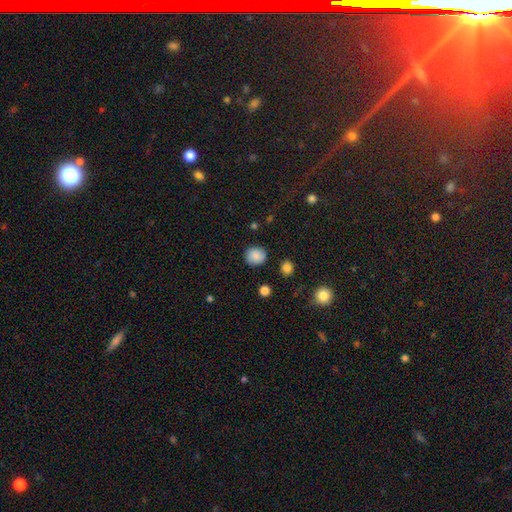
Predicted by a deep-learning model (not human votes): Smooth or featured: smooth — 86% (star or artifact — 9%)
How rounded: round — 87% (in between — 12%)
Merging: none — 87% (minor disturbance — 9%)